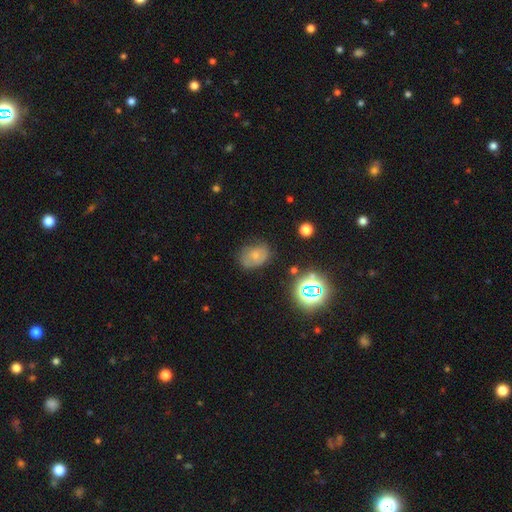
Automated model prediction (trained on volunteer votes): smooth 57%, featured or disk 27%, star or artifact 16%. Down the decision tree: how rounded — in between (70%); merging — none (59%).